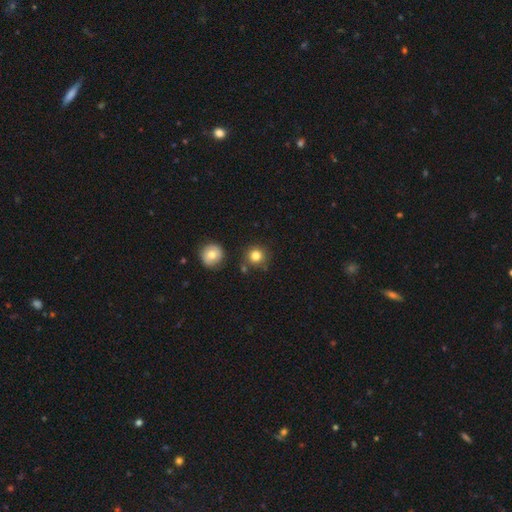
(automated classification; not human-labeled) Q: Smooth or featured?
A: smooth (81%); runner-up: star or artifact (12%)
Q: How rounded?
A: round (93%); runner-up: in between (6%)
Q: Merging?
A: none (81%); runner-up: minor disturbance (10%)